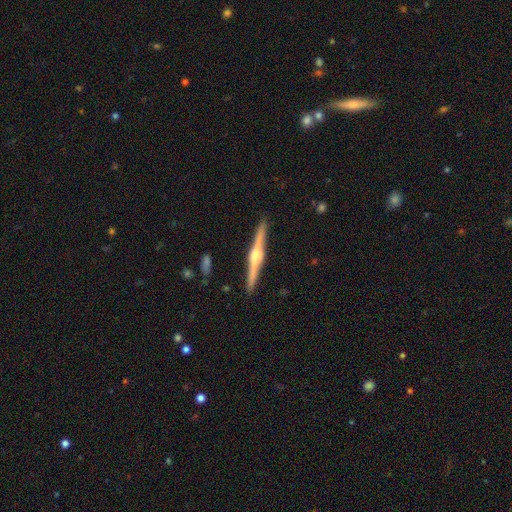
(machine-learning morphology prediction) smooth_or_featured: featured or disk (p=0.80) [alt: smooth p=0.15]
disk_edge_on: yes (p=0.98) [alt: no p=0.02]
edge_on_bulge: rounded (p=0.89) [alt: boxy p=0.08]
merging: none (p=0.91) [alt: minor disturbance p=0.06]